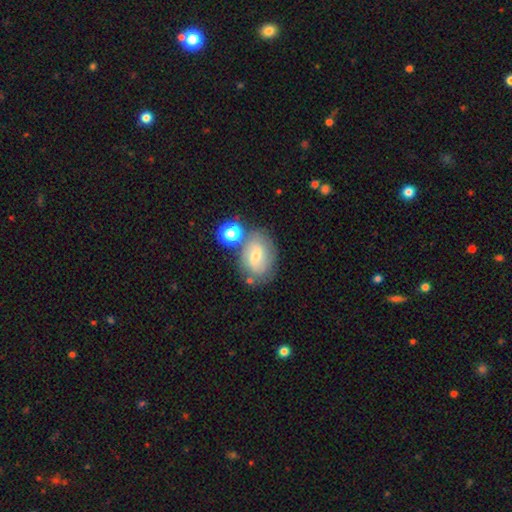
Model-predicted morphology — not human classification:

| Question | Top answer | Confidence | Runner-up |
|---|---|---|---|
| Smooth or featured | featured or disk | 51% | smooth (40%) |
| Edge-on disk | no | 95% | yes (5%) |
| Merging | none | 61% | minor disturbance (17%) |